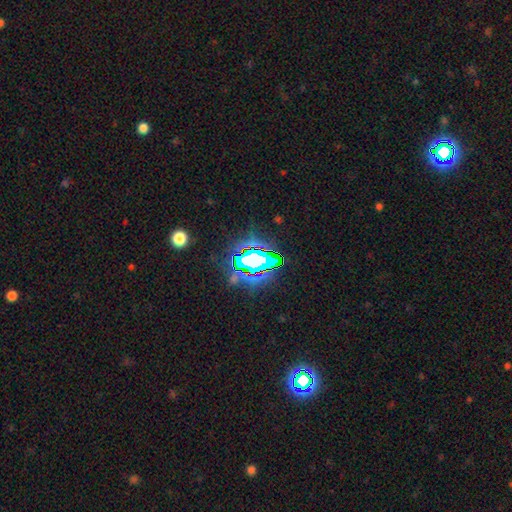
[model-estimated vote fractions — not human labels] Overall: star or artifact (73%).